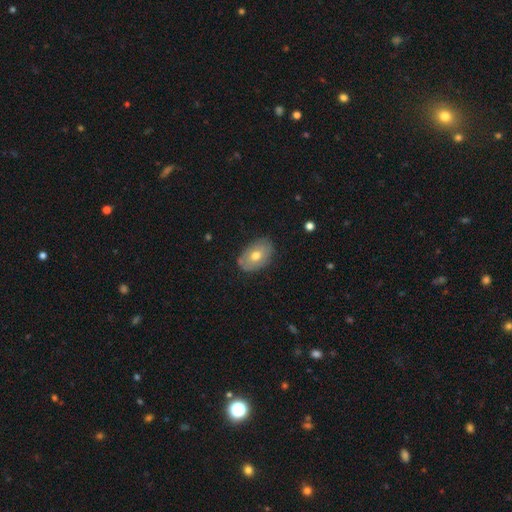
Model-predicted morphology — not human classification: smooth-or-featured: smooth: 60% | featured or disk: 33% | star or artifact: 7%
  how-rounded: in between: 87% | round: 12% | cigar-shaped: 1%
  merging: none: 78% | minor disturbance: 17% | major disturbance: 3% | merger: 1%